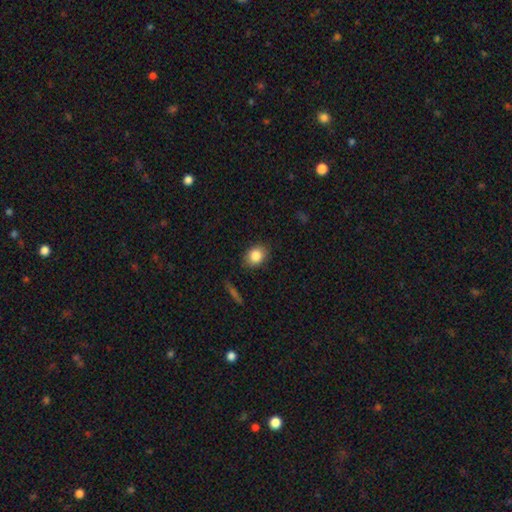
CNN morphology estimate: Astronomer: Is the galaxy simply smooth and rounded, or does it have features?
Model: smooth — 84%.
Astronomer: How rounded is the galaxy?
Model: round — 52% (runner-up: in between, 47%).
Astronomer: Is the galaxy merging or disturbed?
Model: none — 86%.